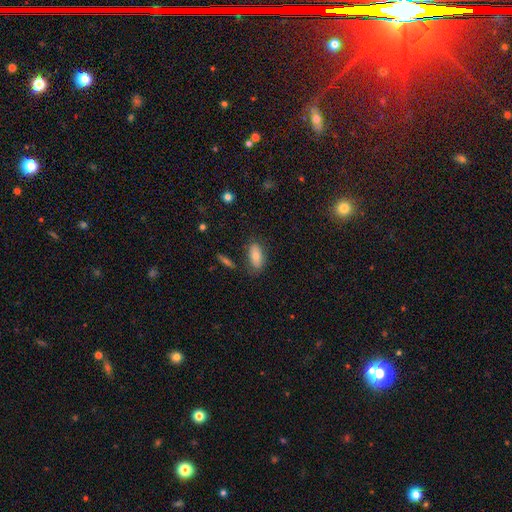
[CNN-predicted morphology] The model was most divided on "smooth or featured": smooth: 72%, featured or disk: 19%, star or artifact: 9%. More confident: how rounded — in between (85%); merging — none (78%).